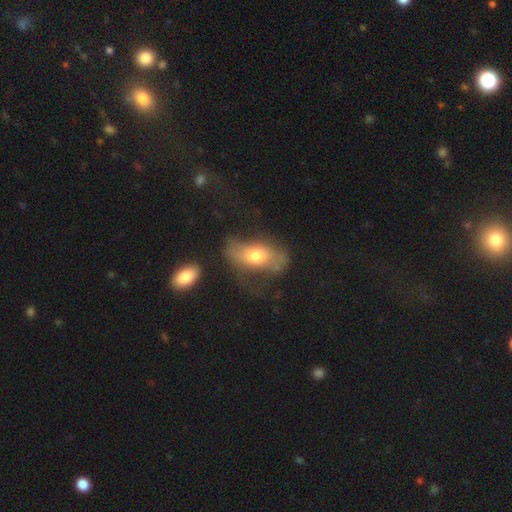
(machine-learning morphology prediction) Smooth or featured: featured or disk — 46% (tied with smooth — 46%)
Merging: none — 45% (major disturbance — 26%)